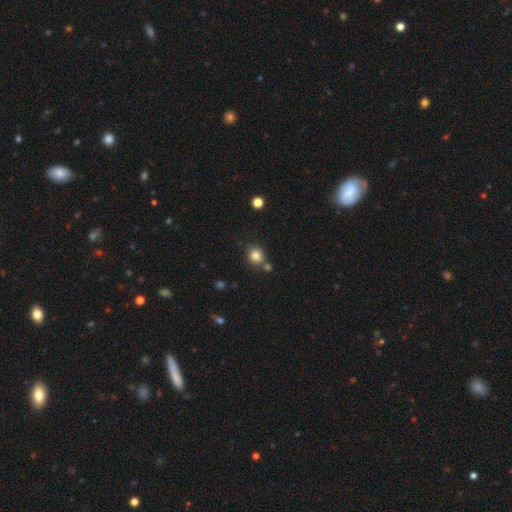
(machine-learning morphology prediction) Smooth or featured?
  - smooth: 82% *
  - star or artifact: 12%
  - featured or disk: 6%
How rounded?
  - round: 87% *
  - in between: 12%
  - cigar-shaped: 1%
Merging?
  - none: 71% *
  - merger: 16%
  - minor disturbance: 10%
  - major disturbance: 3%